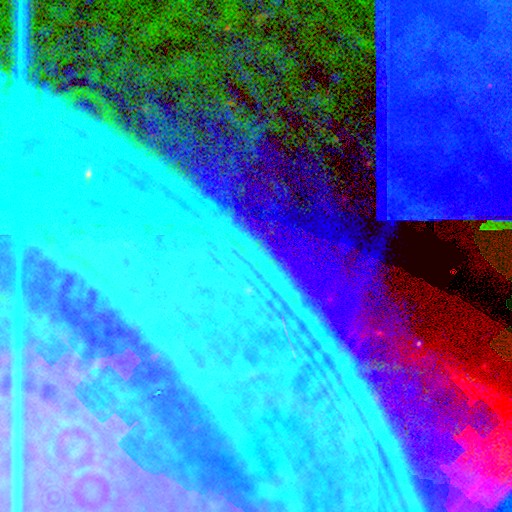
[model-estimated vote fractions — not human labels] A star or artifact, not a galaxy (81%).

Vote fractions:
- Smooth or featured? star or artifact: 81% / featured or disk: 10% / smooth: 8%